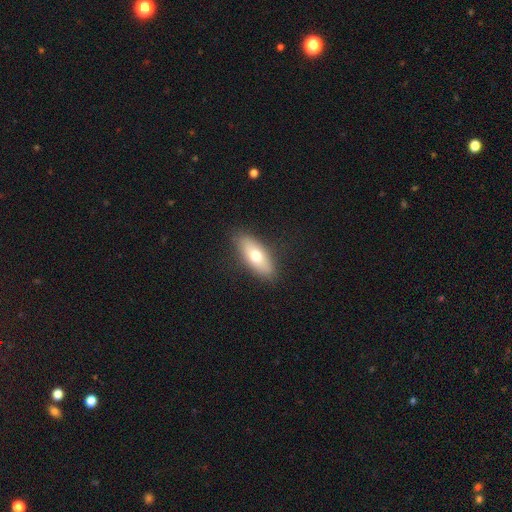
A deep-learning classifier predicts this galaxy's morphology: Smooth or featured?
  - smooth: 67% *
  - featured or disk: 27%
  - star or artifact: 6%
How rounded?
  - in between: 70% *
  - cigar-shaped: 28%
  - round: 3%
Merging?
  - none: 87% *
  - minor disturbance: 10%
  - major disturbance: 2%
  - merger: 1%